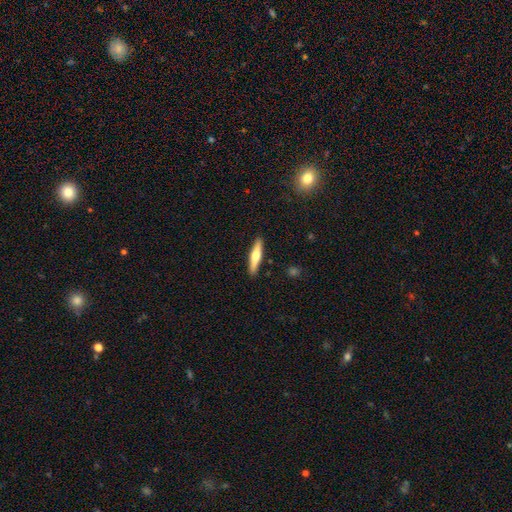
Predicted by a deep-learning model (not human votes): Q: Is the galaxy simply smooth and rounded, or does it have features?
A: smooth — 51%.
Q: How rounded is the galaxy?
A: cigar-shaped — 85%.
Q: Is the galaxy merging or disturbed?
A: none — 90%.